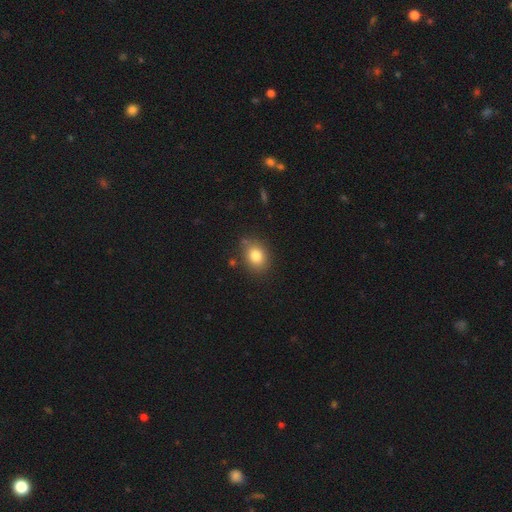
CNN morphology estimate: This appears to be a smooth galaxy with no disk features (81%) that is in between round and cigar-shaped (54%). Merging: none (81%).